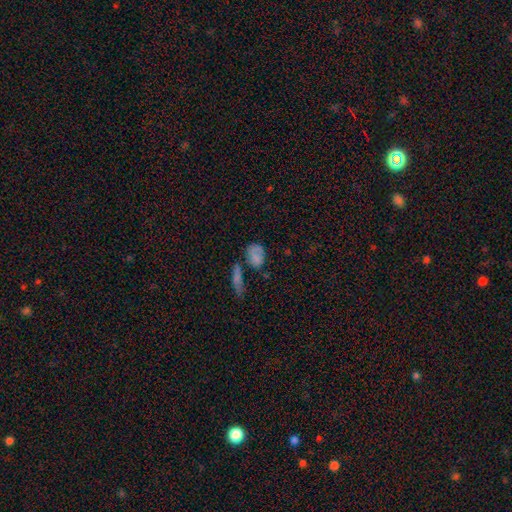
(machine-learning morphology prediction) smooth 71%, featured or disk 15%, star or artifact 14%. Down the decision tree: how rounded — in between (65%); merging — none (54%).